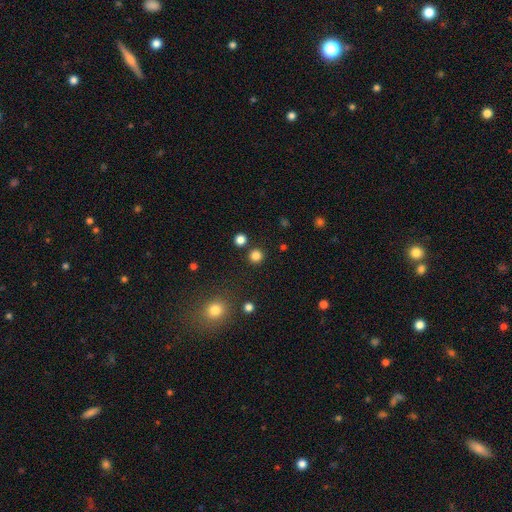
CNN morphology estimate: The model was most divided on "smooth or featured": smooth: 82%, star or artifact: 14%, featured or disk: 4%. More confident: how rounded — round (95%); merging — none (89%).